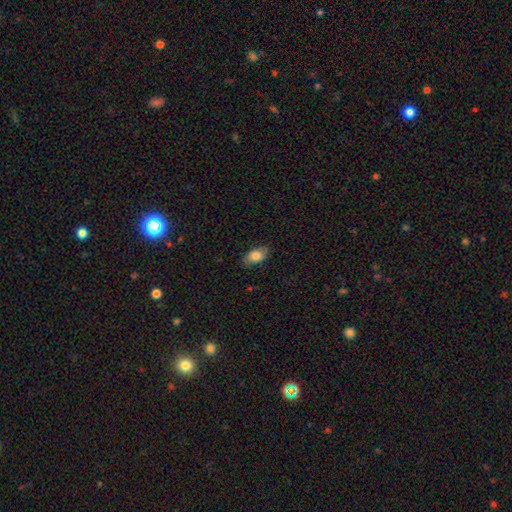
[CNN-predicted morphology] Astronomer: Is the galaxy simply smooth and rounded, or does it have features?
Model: smooth — 81%.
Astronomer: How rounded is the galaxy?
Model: in between — 91%.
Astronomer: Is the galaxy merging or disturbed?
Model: none — 82%.